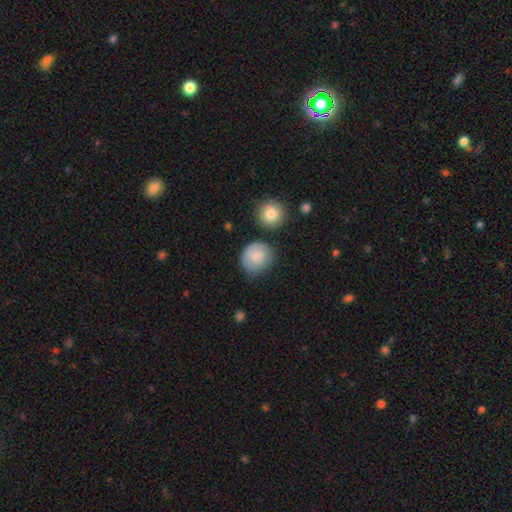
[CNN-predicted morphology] smooth 80%, featured or disk 13%, star or artifact 7%. Down the decision tree: how rounded — round (84%); merging — none (65%).